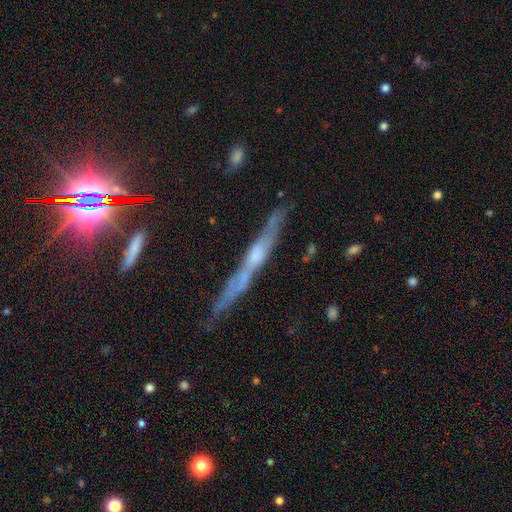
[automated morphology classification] Smooth or featured? Predicted: featured or disk (p=0.68). Edge-on disk? Predicted: yes (p=0.92). Edge-on bulge? Predicted: rounded (p=0.47). Merging? Predicted: none (p=0.74).